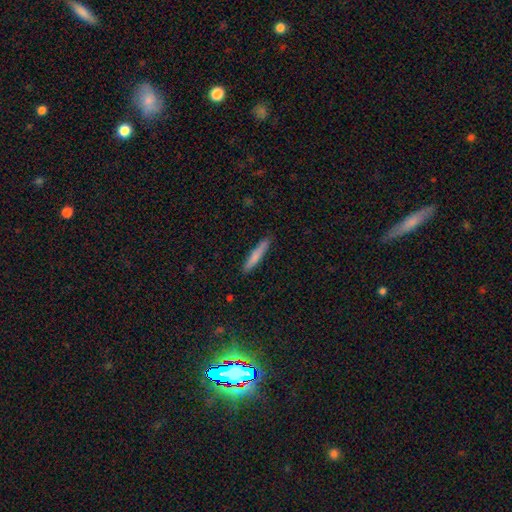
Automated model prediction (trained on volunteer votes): A smooth galaxy with no disk features (76%) that is cigar-shaped (93%). Merging: none (88%).